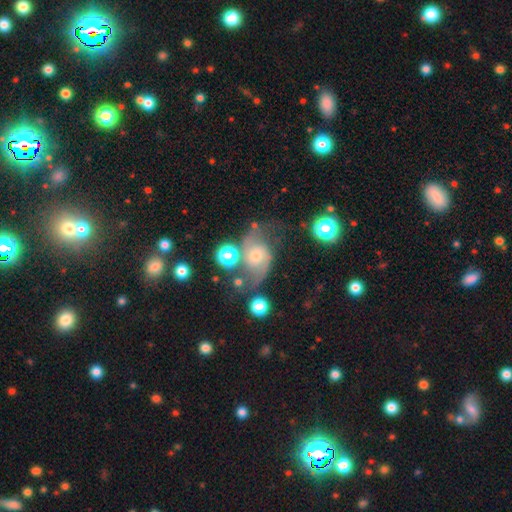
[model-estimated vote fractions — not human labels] Q: Smooth or featured?
A: featured or disk (76%); runner-up: smooth (14%)
Q: Edge-on disk?
A: no (97%); runner-up: yes (3%)
Q: Bar?
A: no (65%); runner-up: weak (29%)
Q: Spiral arms?
A: yes (93%); runner-up: no (7%)
Q: Spiral winding?
A: loose (48%); runner-up: medium (41%)
Q: Spiral arm count?
A: 2 (91%); runner-up: can't tell (4%)
Q: Bulge size?
A: moderate (49%); runner-up: small (40%)
Q: Merging?
A: none (55%); runner-up: minor disturbance (22%)